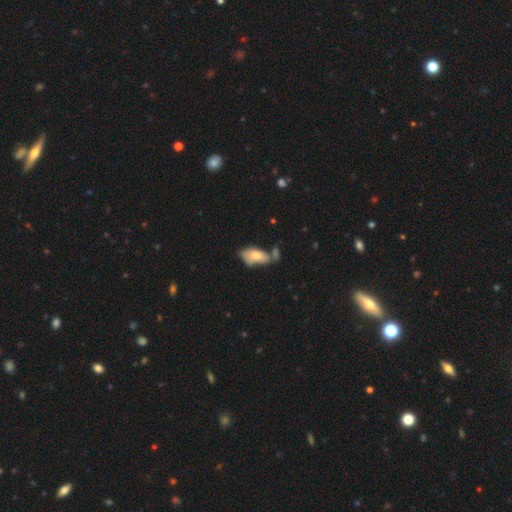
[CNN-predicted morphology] Smooth or featured? smooth (69%)
How rounded? in between (91%)
Merging? none (39%)